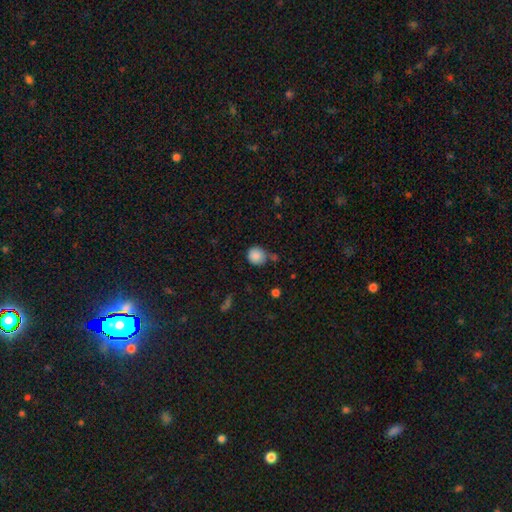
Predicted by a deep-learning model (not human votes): This appears to be a smooth galaxy with no disk features (87%) that is round (88%). Merging: none (64%).